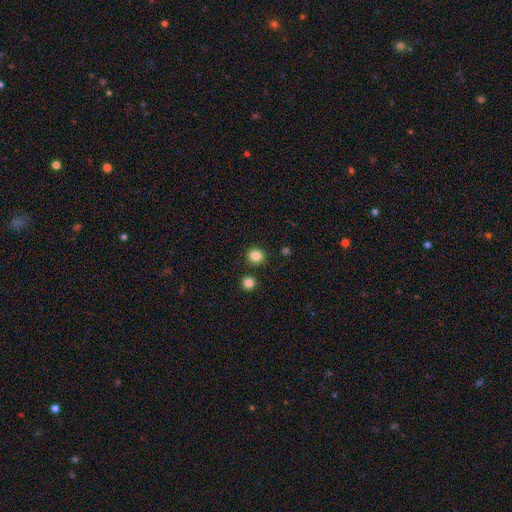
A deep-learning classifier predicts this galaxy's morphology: Overall: smooth (85%). How rounded: round (89%). Merging: none (88%).